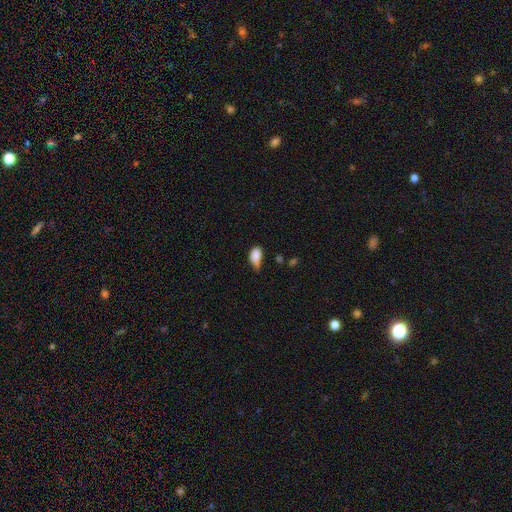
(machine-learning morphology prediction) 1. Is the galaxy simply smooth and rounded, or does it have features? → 84% smooth, 8% star or artifact, 7% featured or disk.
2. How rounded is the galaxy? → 87% in between, 10% round, 3% cigar-shaped.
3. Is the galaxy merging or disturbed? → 50% minor disturbance, 29% none, 17% major disturbance, 4% merger.